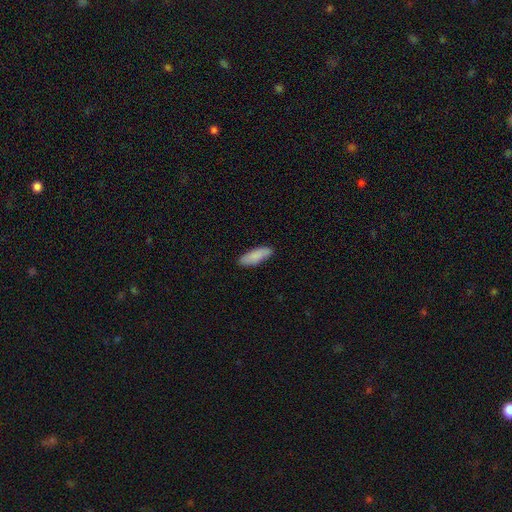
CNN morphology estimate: smooth 87%, featured or disk 7%, star or artifact 6%. Down the decision tree: how rounded — in between (57%); merging — none (86%).